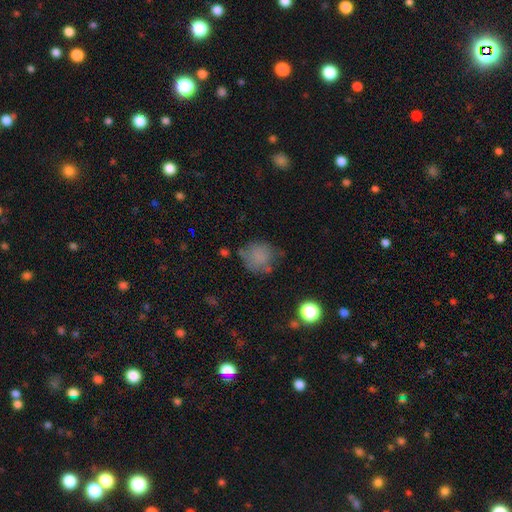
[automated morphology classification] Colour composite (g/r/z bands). It shows a smooth galaxy with no disk features (75%) that is round (83%). Merging: none (56%).